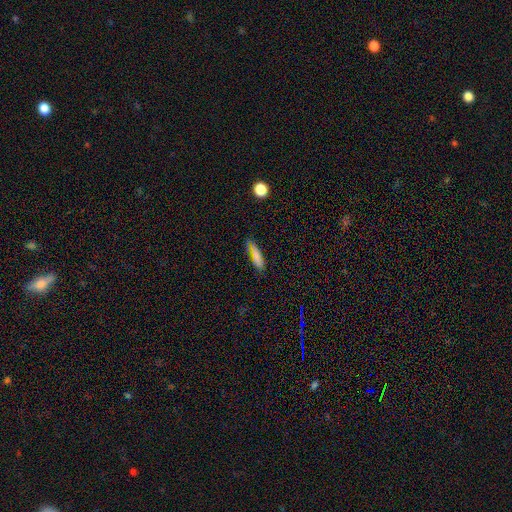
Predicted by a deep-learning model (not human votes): Overall: smooth (77%). How rounded: cigar-shaped (73%). Merging: none (75%).